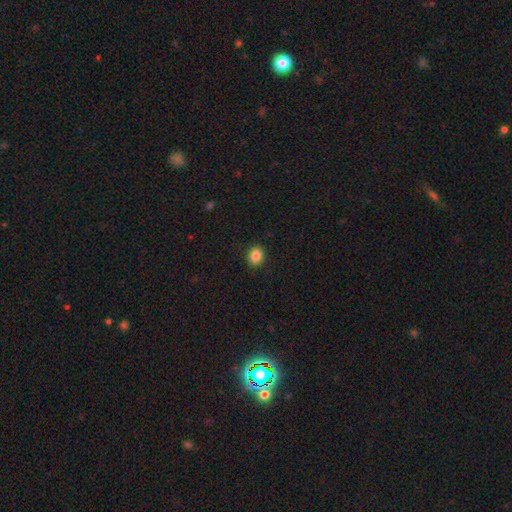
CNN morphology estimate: Overall: smooth (86%). How rounded: round (63%; in between 36%). Merging: none (90%).